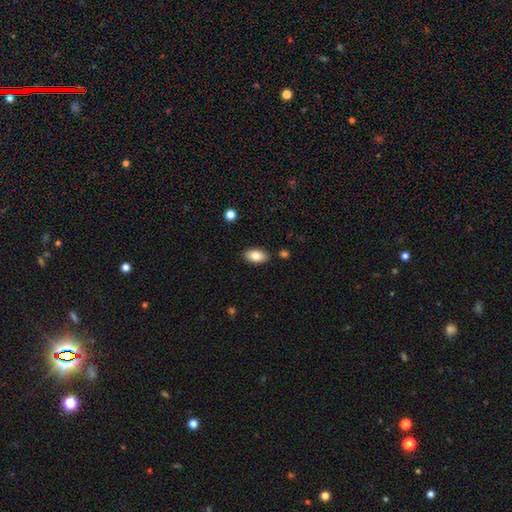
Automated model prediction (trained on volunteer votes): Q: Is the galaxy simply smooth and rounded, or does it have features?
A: smooth — 82%.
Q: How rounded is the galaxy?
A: in between — 93%.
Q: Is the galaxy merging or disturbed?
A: none — 86%.